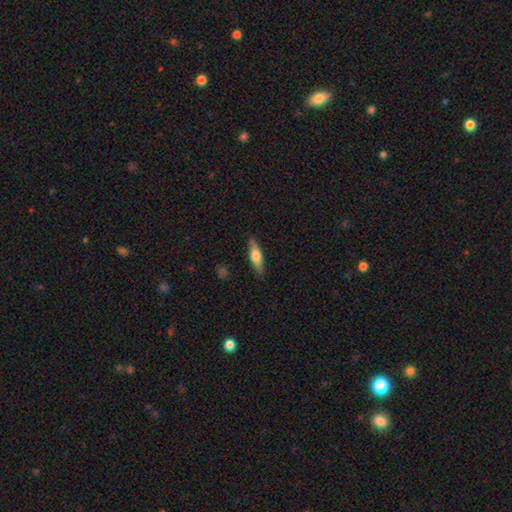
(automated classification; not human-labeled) A smooth galaxy with no disk features (55%) that is cigar-shaped (61%).

Vote fractions:
- Smooth or featured? smooth: 55% / featured or disk: 40% / star or artifact: 6%
- How rounded? cigar-shaped: 61% / in between: 36% / round: 3%
- Merging? none: 87% / minor disturbance: 10% / major disturbance: 2% / merger: 1%